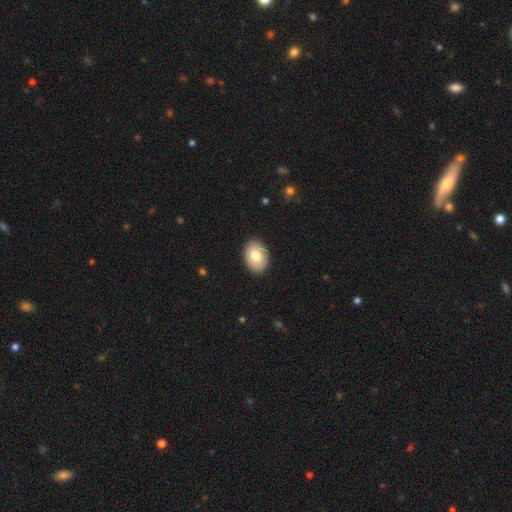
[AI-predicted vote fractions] Smooth or featured? Predicted: smooth (p=0.76). How rounded? Predicted: in between (p=0.80). Merging? Predicted: none (p=0.90).